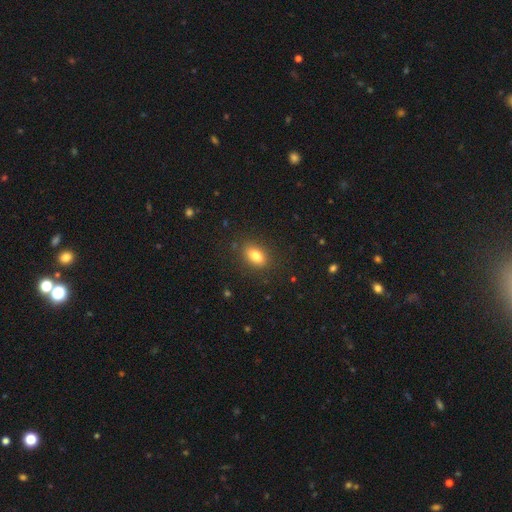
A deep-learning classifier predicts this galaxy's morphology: smooth-or-featured: smooth: 82% | star or artifact: 9% | featured or disk: 8%
  how-rounded: in between: 85% | round: 11% | cigar-shaped: 4%
  merging: none: 86% | minor disturbance: 10% | major disturbance: 3% | merger: 1%